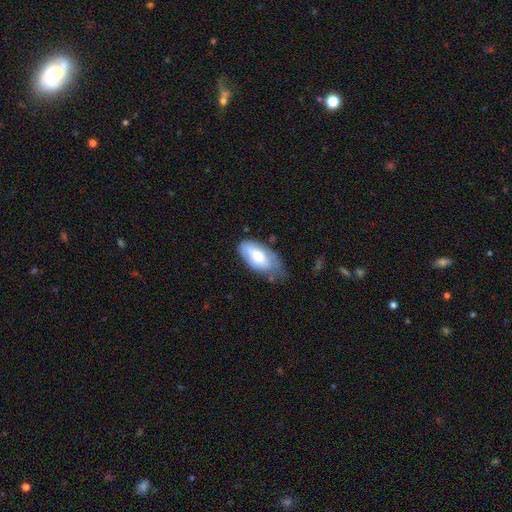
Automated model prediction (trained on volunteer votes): Smooth or featured: smooth — 67% (featured or disk — 27%)
How rounded: in between — 93% (cigar-shaped — 5%)
Merging: none — 44% (minor disturbance — 40%)